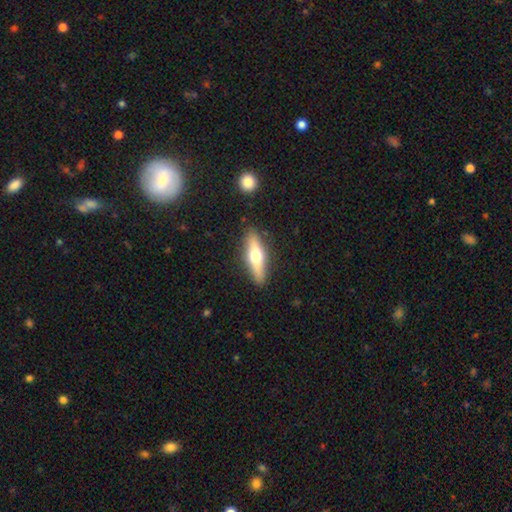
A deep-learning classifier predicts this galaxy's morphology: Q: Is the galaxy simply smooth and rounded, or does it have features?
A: smooth — 50%.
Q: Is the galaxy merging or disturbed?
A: none — 87%.